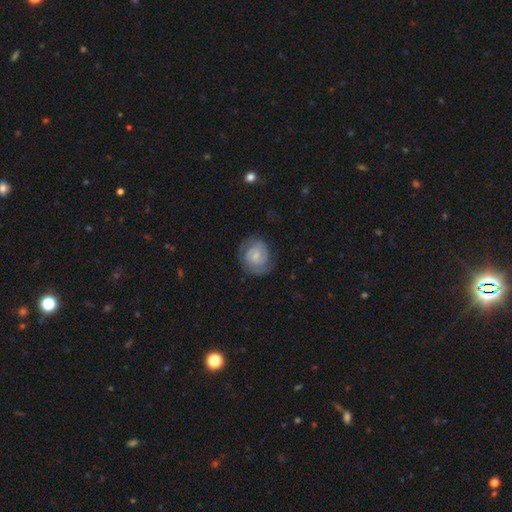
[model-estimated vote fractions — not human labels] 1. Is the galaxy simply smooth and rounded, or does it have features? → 60% featured or disk, 33% smooth, 7% star or artifact.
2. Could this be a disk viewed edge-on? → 98% no, 2% yes.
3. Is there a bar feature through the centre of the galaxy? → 50% no, 43% weak, 7% strong.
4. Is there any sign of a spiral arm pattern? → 86% yes, 14% no.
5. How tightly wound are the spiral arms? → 54% tight, 35% medium, 11% loose.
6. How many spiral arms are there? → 63% 2, 23% can't tell, 6% 3, 5% 1, 2% 4, 2% more than 4.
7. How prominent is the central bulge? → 61% small, 27% moderate, 8% none, 2% large, 1% dominant.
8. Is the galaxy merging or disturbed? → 69% none, 20% minor disturbance, 9% major disturbance, 1% merger.